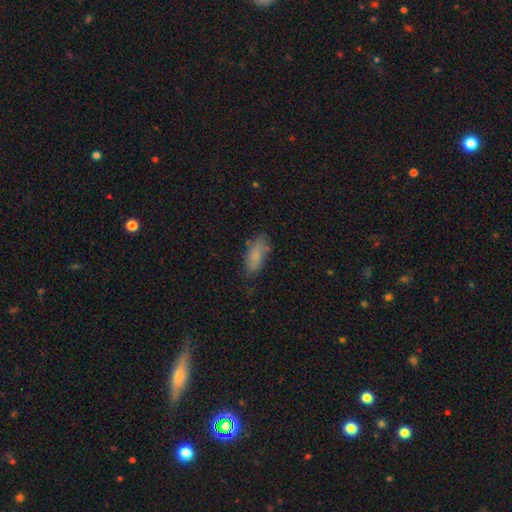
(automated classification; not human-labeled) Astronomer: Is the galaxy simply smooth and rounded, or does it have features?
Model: smooth — 79%.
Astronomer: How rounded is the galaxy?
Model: in between — 81%.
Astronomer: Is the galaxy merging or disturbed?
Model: none — 66%.